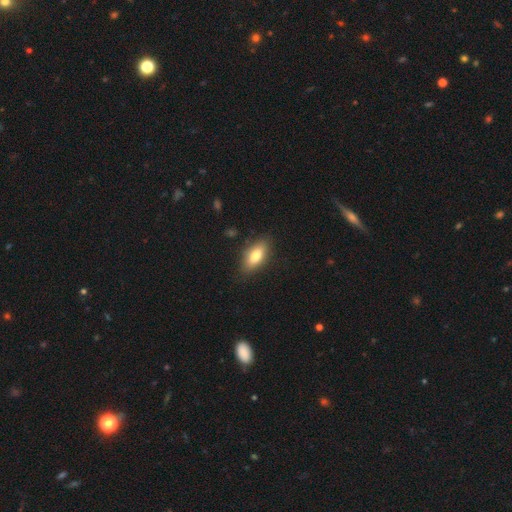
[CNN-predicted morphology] This is likely a smooth galaxy (75%). How rounded: clearly in between (83%). Merging: clearly none (83%).